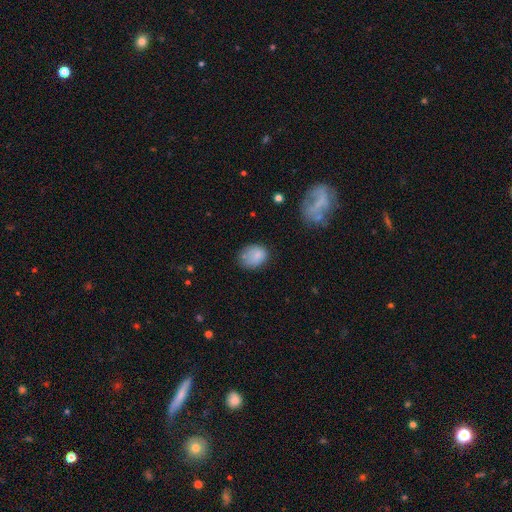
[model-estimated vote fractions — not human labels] Smooth or featured? Predicted: smooth (p=0.81). How rounded? Predicted: in between (p=0.60). Merging? Predicted: none (p=0.59).